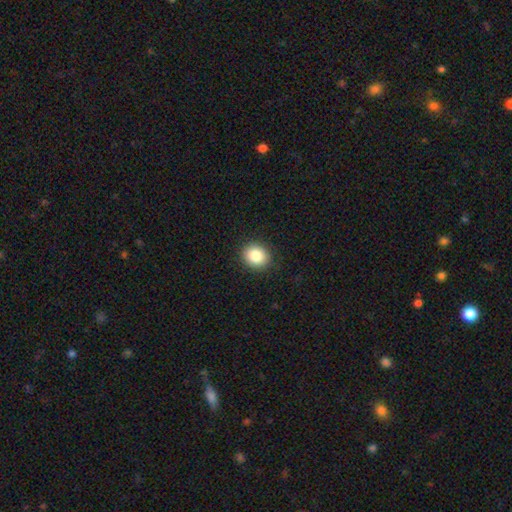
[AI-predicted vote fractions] The model was most divided on "how rounded": round: 74%, in between: 25%, cigar-shaped: 1%. More confident: merging — none (90%); smooth or featured — smooth (85%).